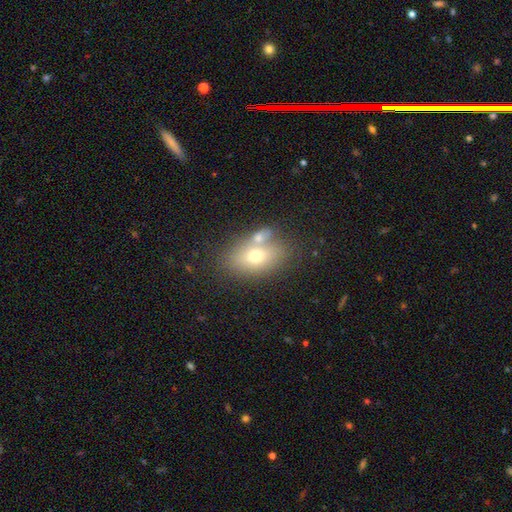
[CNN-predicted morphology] The model was most divided on "merging": none: 54%, merger: 27%, minor disturbance: 14%, major disturbance: 5%. More confident: how rounded — in between (81%); smooth or featured — smooth (67%).